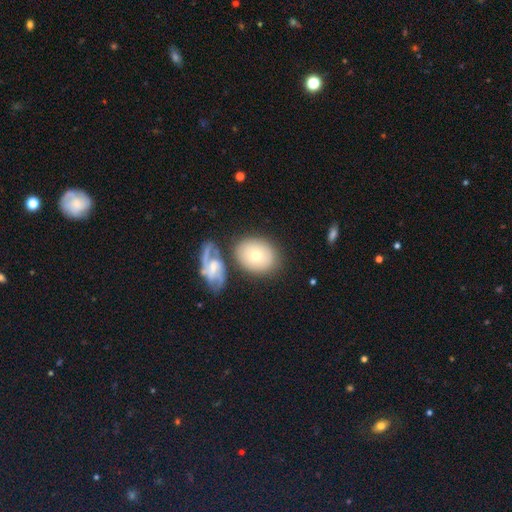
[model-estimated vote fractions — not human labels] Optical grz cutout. It shows a smooth galaxy with no disk features (61%) that is in between round and cigar-shaped (50%). Merging: none (63%).